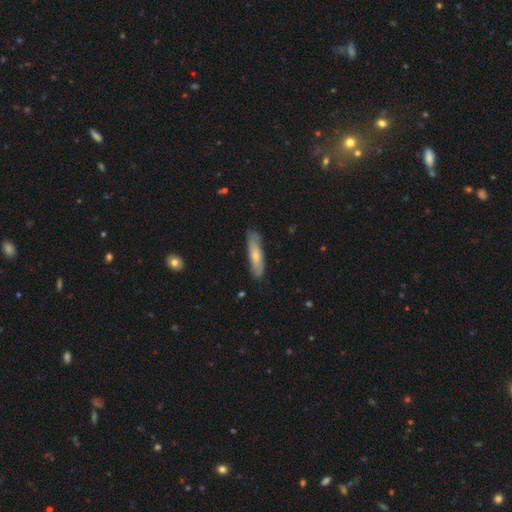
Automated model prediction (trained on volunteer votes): Smooth or featured? smooth (62%)
How rounded? cigar-shaped (77%)
Merging? none (78%)